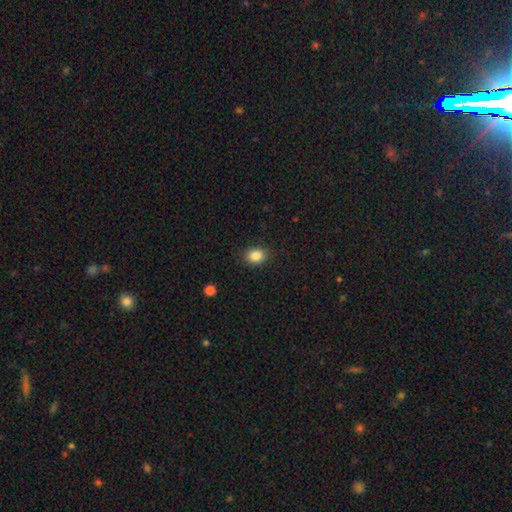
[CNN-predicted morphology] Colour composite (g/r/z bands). It shows a smooth galaxy with no disk features (86%) that is round (51%). Merging: none (85%).